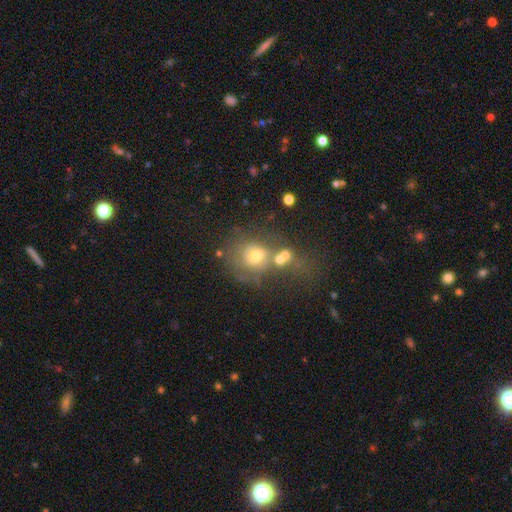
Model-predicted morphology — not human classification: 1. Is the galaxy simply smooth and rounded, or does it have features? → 57% smooth, 27% featured or disk, 16% star or artifact.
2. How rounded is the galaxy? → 77% round, 22% in between, 1% cigar-shaped.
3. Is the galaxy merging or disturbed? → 37% none, 34% merger, 15% major disturbance, 14% minor disturbance.